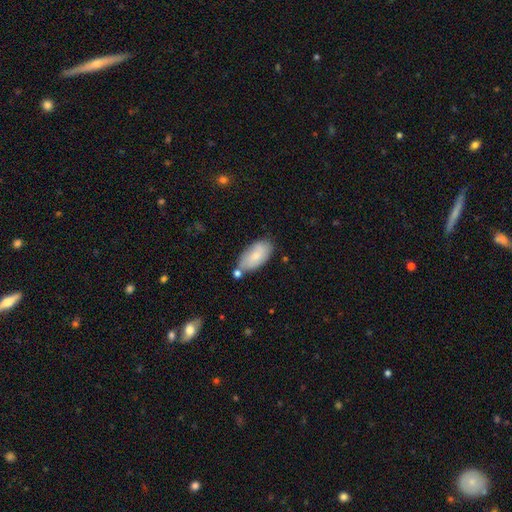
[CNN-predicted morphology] This is likely a smooth galaxy (74%). How rounded: clearly in between (93%). Merging: likely none (64%).